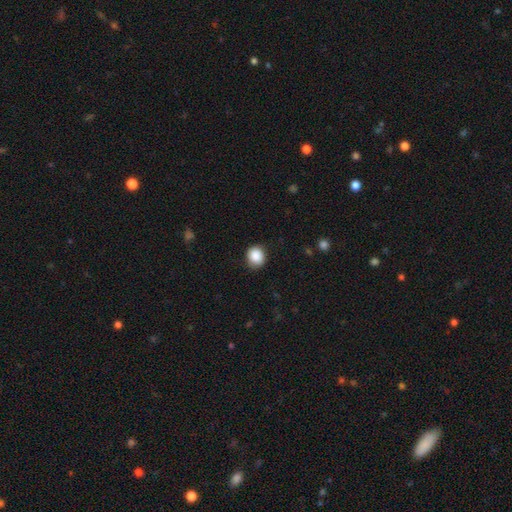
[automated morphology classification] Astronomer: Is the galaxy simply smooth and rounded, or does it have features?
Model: smooth — 89%.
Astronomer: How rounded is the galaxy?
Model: round — 78%.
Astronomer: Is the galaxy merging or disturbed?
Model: none — 85%.